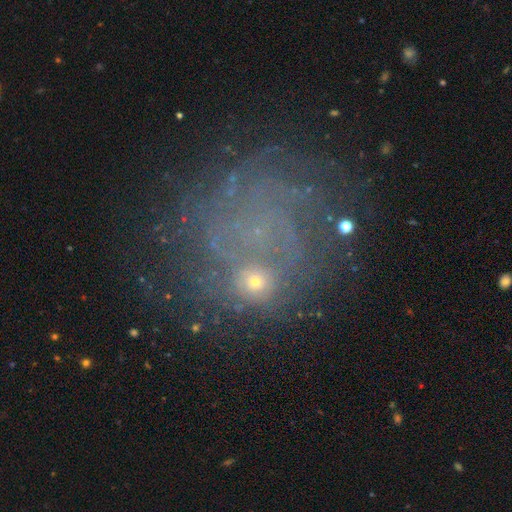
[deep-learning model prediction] This appears to be a featured or disk galaxy (48%). Merging: none (62%).